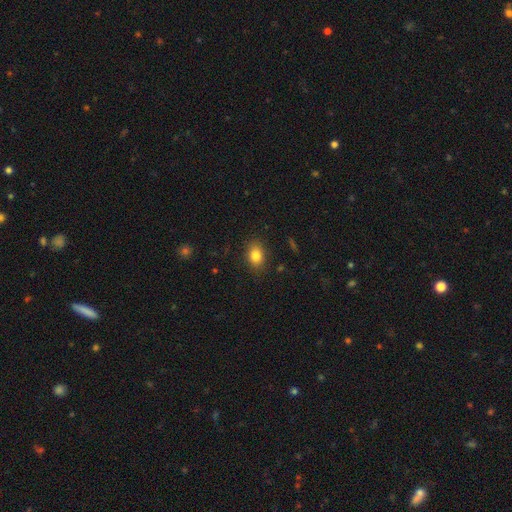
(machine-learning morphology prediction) This appears to be a smooth galaxy with no disk features (83%) that is in between round and cigar-shaped (72%). Merging: none (85%).